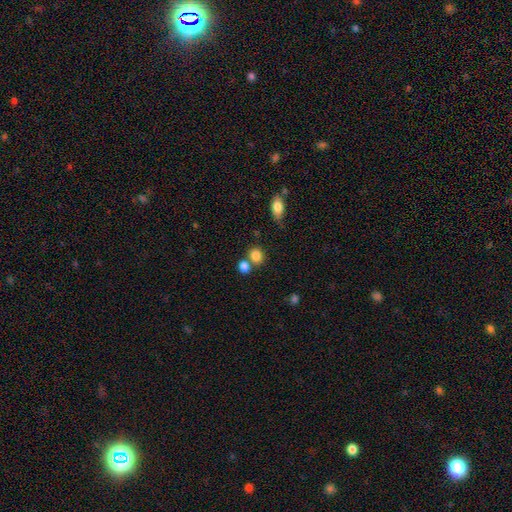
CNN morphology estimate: smooth_or_featured: smooth (p=0.84) [alt: star or artifact p=0.11]
how_rounded: round (p=0.66) [alt: in between p=0.33]
merging: none (p=0.58) [alt: merger p=0.28]